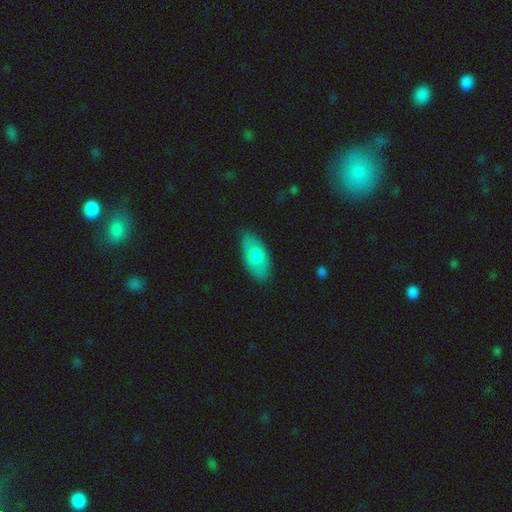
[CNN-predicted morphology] smooth_or_featured: smooth (p=0.71) [alt: featured or disk p=0.23]
how_rounded: in between (p=0.92) [alt: cigar-shaped p=0.05]
merging: none (p=0.78) [alt: minor disturbance p=0.18]